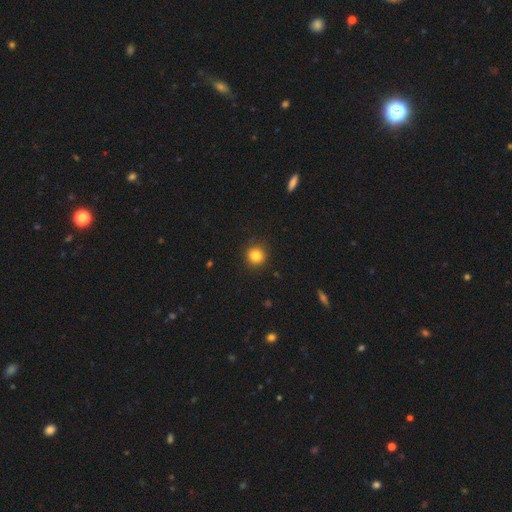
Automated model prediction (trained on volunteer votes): A smooth galaxy with no disk features (83%) that is round (93%). Merging: none (90%).